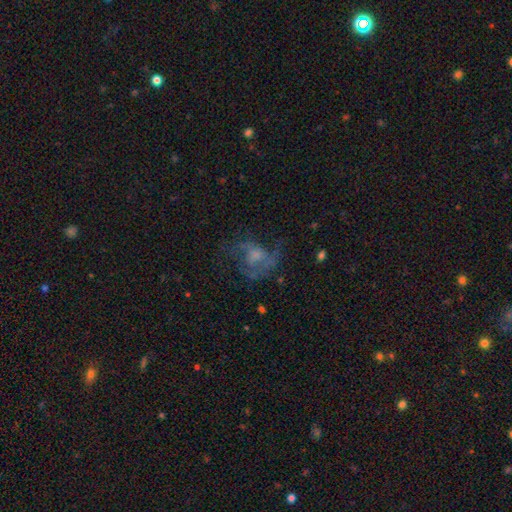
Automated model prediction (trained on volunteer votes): This appears to be a featured or disk galaxy (58%) with no bar (69%), spiral arms (61%) and a small central bulge (33%). Merging: none (43%).